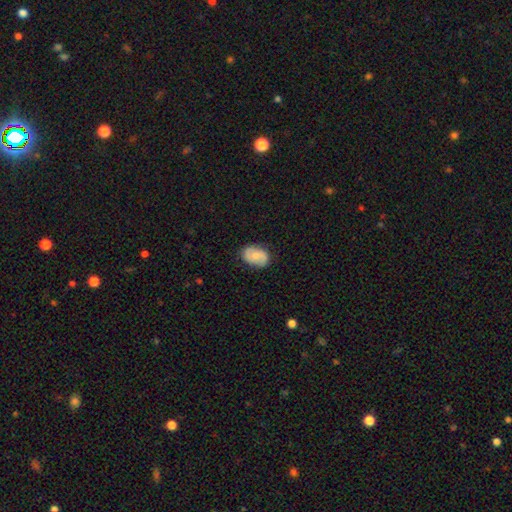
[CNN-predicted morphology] This appears to be a smooth galaxy with no disk features (51%) that is in between round and cigar-shaped (79%). Merging: none (81%).